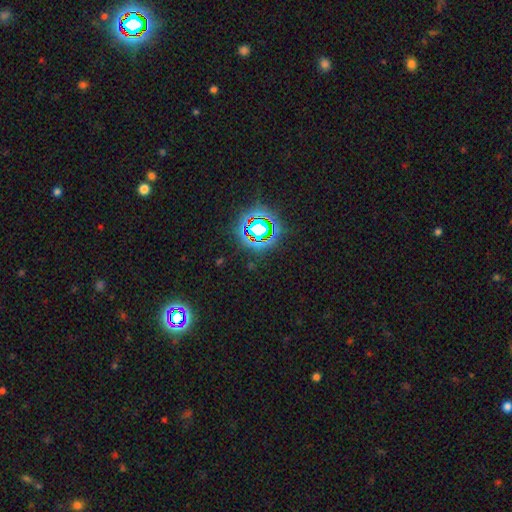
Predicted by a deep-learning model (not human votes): The model was most divided on "smooth or featured": star or artifact: 79%, smooth: 13%, featured or disk: 8%.